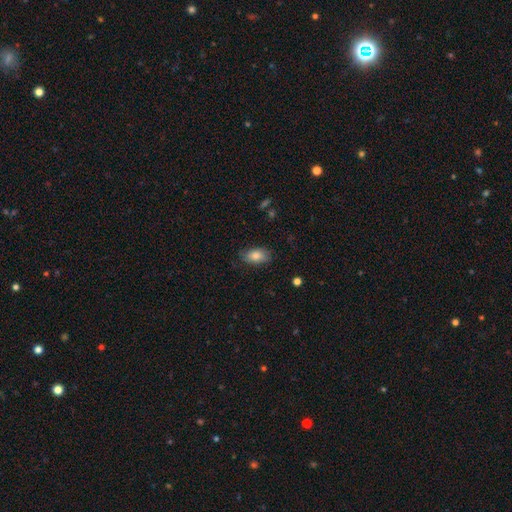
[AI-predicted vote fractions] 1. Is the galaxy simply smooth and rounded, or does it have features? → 82% smooth, 11% featured or disk, 7% star or artifact.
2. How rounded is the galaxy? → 92% in between, 6% round, 3% cigar-shaped.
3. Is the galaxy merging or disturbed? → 80% none, 16% minor disturbance, 3% major disturbance, 1% merger.